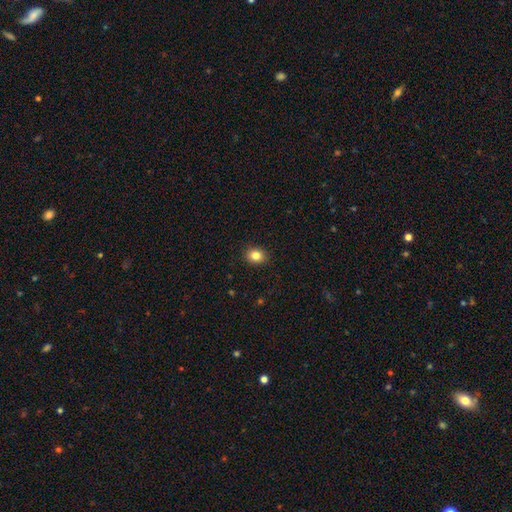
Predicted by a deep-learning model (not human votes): This appears to be a smooth galaxy with no disk features (84%) that is round (60%). Merging: none (91%).